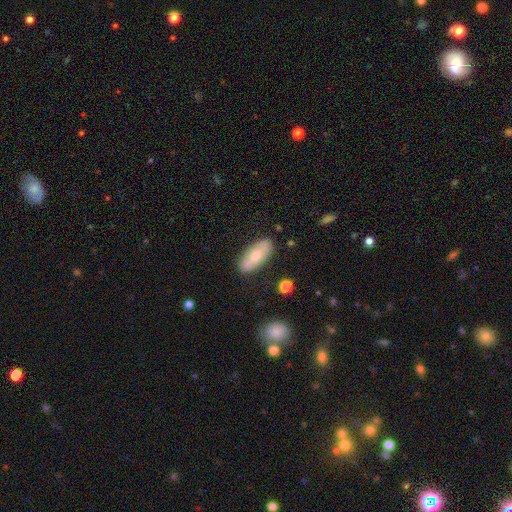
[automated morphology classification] Q: Smooth or featured?
A: smooth (54%); runner-up: featured or disk (40%)
Q: How rounded?
A: in between (80%); runner-up: cigar-shaped (17%)
Q: Merging?
A: none (85%); runner-up: minor disturbance (11%)